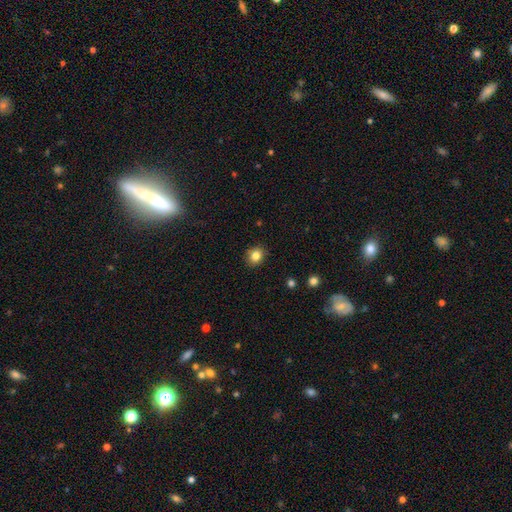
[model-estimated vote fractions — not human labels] Q: Smooth or featured?
A: smooth (83%); runner-up: star or artifact (11%)
Q: How rounded?
A: round (70%); runner-up: in between (30%)
Q: Merging?
A: none (89%); runner-up: minor disturbance (8%)